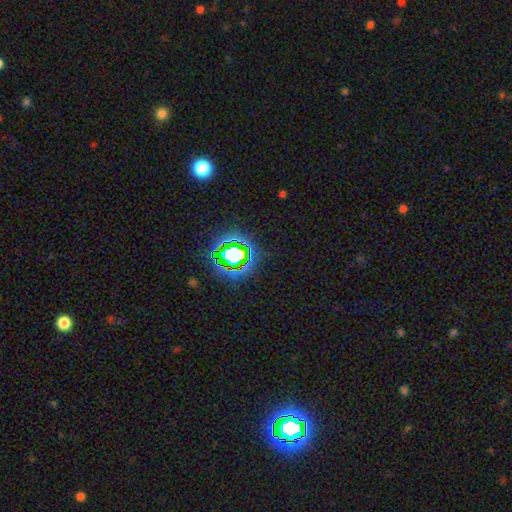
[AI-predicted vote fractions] Smooth or featured? Predicted: star or artifact (p=0.78).